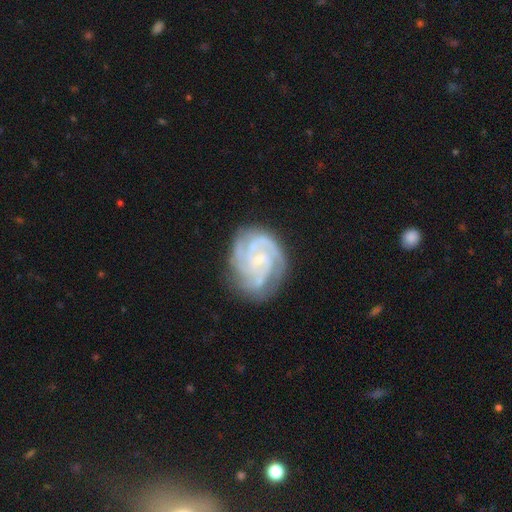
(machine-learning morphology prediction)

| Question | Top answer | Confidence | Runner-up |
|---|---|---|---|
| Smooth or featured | featured or disk | 87% | smooth (6%) |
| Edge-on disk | no | 98% | yes (2%) |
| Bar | no | 62% | weak (29%) |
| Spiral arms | yes | 98% | no (2%) |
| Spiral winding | tight | 69% | medium (27%) |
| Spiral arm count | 3 | 37% | 4 (25%) |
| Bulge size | small | 72% | moderate (22%) |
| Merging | none | 78% | minor disturbance (16%) |